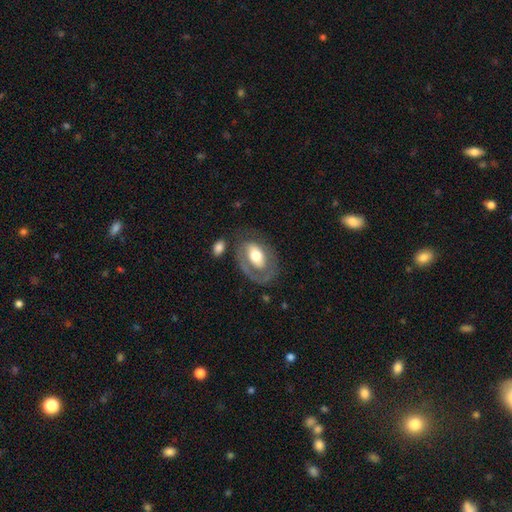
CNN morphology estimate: The model was most divided on "spiral arms": yes: 51%, no: 49%. More confident: edge-on disk — no (94%); bar — no (59%); smooth or featured — featured or disk (59%); merging — none (55%); bulge size — moderate (54%).